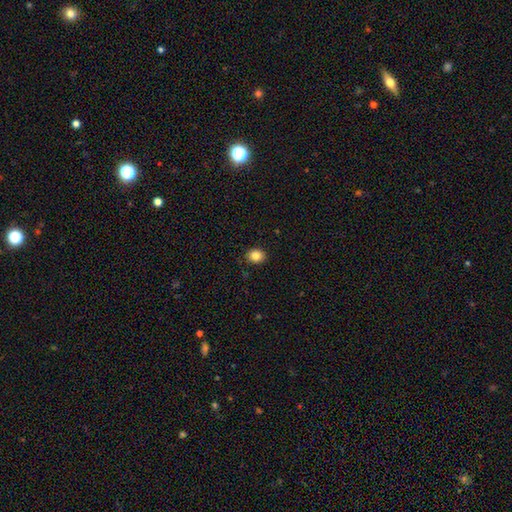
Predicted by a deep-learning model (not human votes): Overall: smooth (84%). How rounded: round (61%; in between 38%). Merging: none (89%).